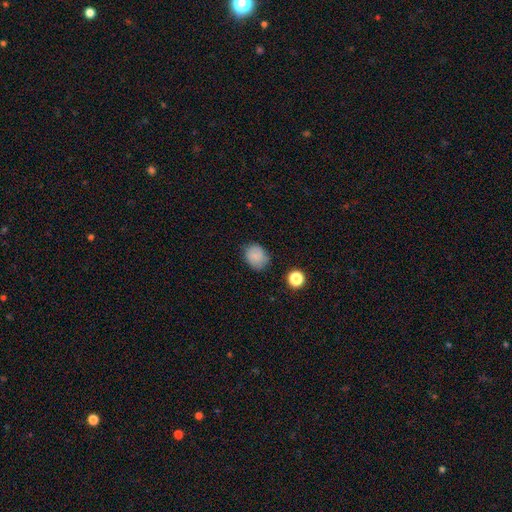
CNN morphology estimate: smooth 83%, star or artifact 10%, featured or disk 7%. Down the decision tree: how rounded — round (60%); merging — none (73%).